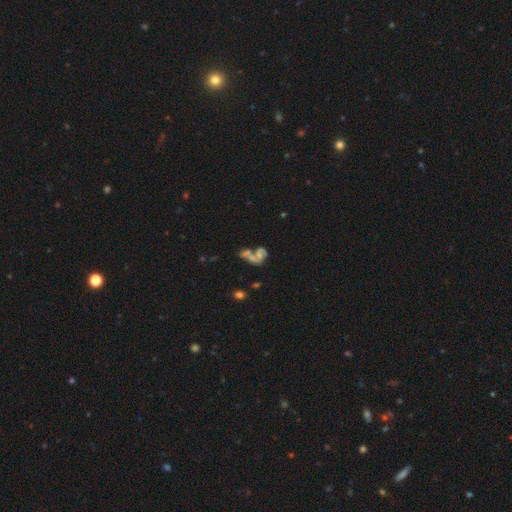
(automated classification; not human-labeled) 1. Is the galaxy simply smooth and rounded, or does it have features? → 47% featured or disk, 37% smooth, 15% star or artifact.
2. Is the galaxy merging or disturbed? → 58% merger, 17% none, 16% major disturbance, 9% minor disturbance.